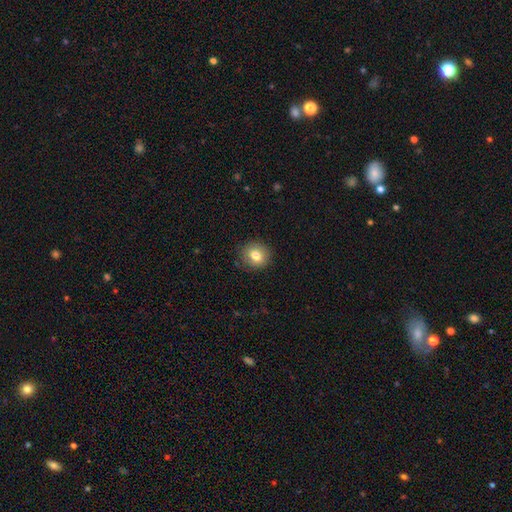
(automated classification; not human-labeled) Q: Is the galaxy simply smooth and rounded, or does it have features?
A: smooth — 80%.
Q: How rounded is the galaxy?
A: round — 75%.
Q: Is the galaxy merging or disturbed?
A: none — 87%.